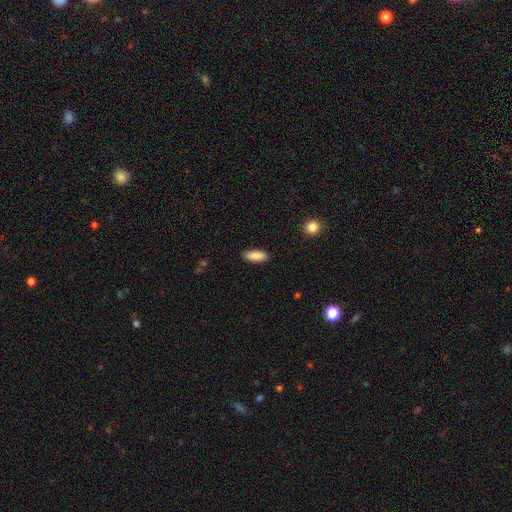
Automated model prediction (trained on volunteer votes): The model was most divided on "how rounded": in between: 78%, cigar-shaped: 20%, round: 2%. More confident: smooth or featured — smooth (89%); merging — none (89%).